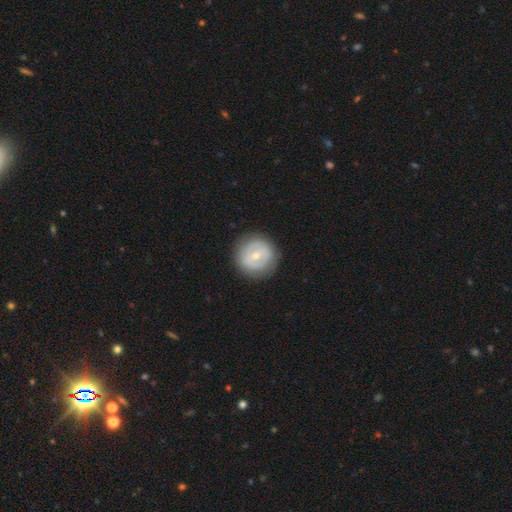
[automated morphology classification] The model was most divided on "smooth or featured": featured or disk: 48%, smooth: 46%, star or artifact: 6%. More confident: merging — none (85%).